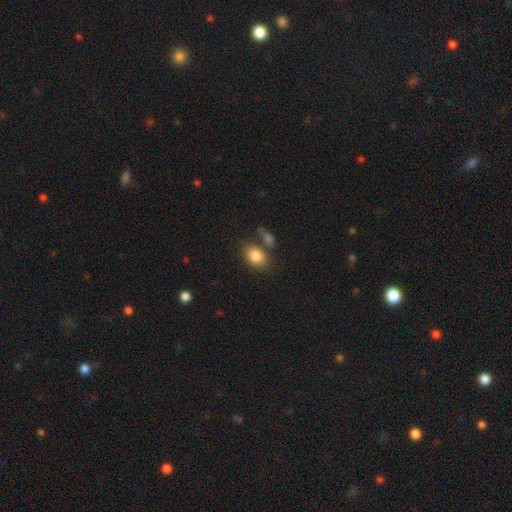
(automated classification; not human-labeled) This is clearly a smooth galaxy (84%). How rounded: likely in between (75%). Merging: likely none (62%).